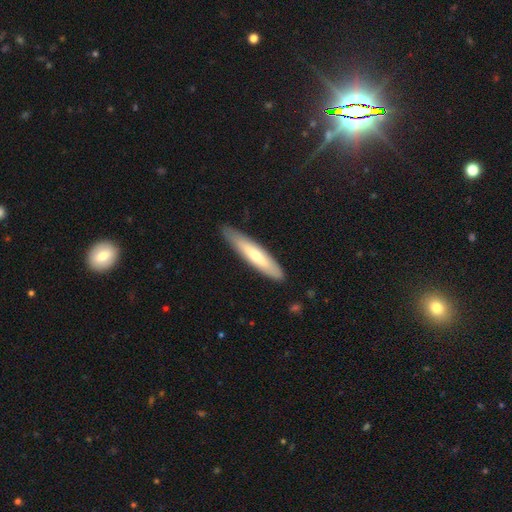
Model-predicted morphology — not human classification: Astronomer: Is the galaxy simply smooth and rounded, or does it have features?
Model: smooth — 59% (runner-up: featured or disk, 36%).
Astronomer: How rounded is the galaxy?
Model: cigar-shaped — 84%.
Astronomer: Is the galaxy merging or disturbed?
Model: none — 83%.